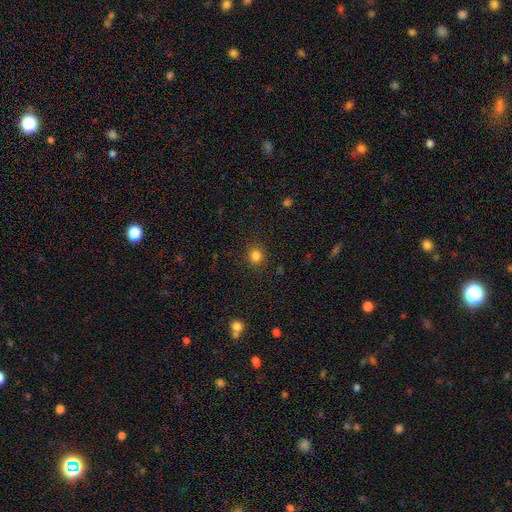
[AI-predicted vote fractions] Smooth or featured?
  - smooth: 83% *
  - star or artifact: 13%
  - featured or disk: 4%
How rounded?
  - round: 82% *
  - in between: 17%
  - cigar-shaped: 1%
Merging?
  - none: 88% *
  - minor disturbance: 8%
  - major disturbance: 3%
  - merger: 1%